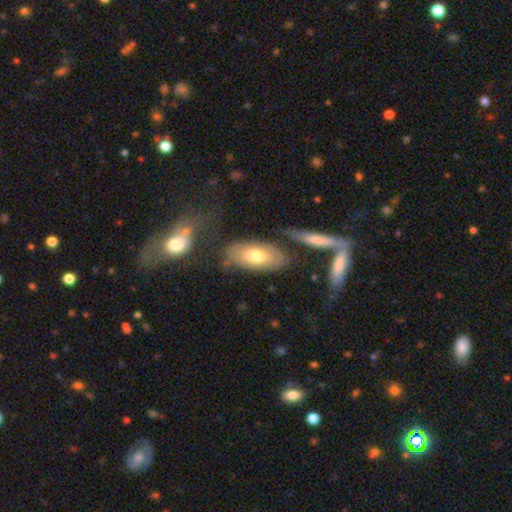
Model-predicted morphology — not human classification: Overall: smooth (66%; featured or disk 28%). How rounded: in between (88%). Merging: none (61%).